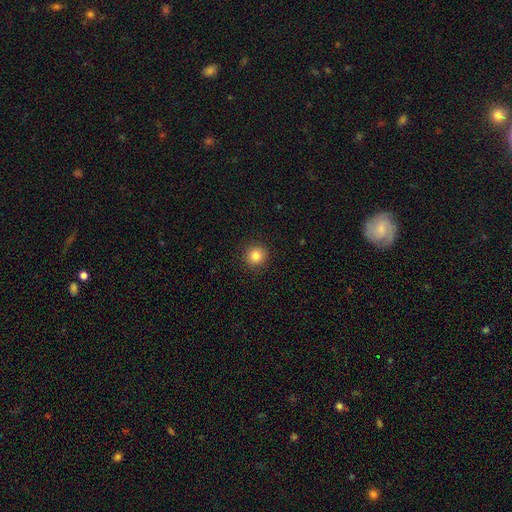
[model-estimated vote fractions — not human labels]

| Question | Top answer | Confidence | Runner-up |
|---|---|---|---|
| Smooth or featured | smooth | 83% | star or artifact (11%) |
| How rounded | round | 93% | in between (6%) |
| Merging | none | 92% | minor disturbance (5%) |